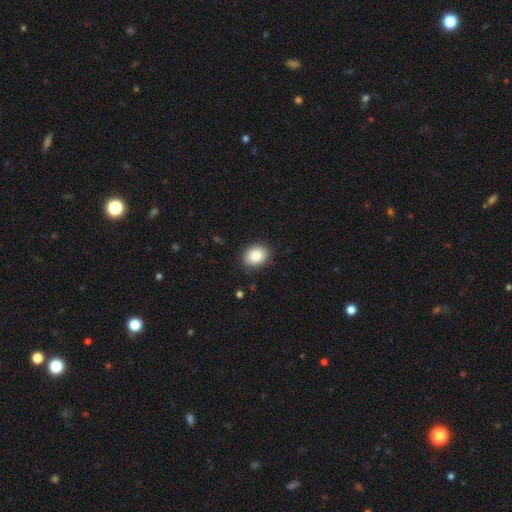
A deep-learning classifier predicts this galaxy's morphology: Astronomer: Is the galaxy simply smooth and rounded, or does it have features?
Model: smooth — 84%.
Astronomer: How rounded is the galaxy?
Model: round — 50% (runner-up: in between, 49%).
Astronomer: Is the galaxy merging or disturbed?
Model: none — 87%.